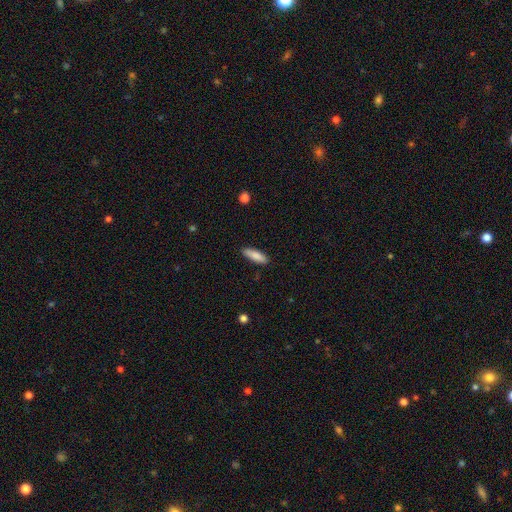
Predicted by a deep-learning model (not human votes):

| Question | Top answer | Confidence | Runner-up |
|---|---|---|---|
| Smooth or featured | smooth | 84% | featured or disk (10%) |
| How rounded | cigar-shaped | 54% | in between (45%) |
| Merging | none | 87% | minor disturbance (10%) |